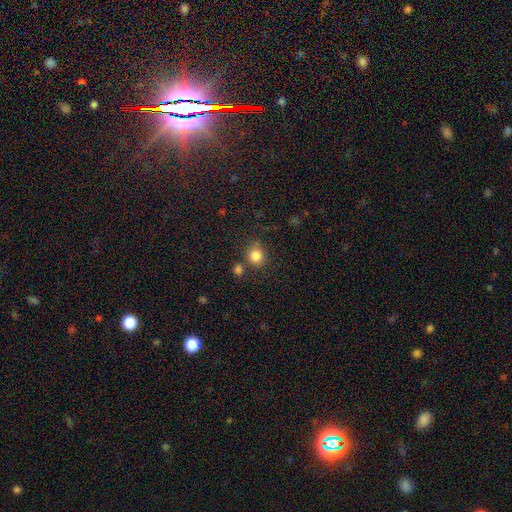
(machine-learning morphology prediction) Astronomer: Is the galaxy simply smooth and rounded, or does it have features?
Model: smooth — 83%.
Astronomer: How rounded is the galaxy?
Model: round — 88%.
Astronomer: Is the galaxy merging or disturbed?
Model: none — 75%.